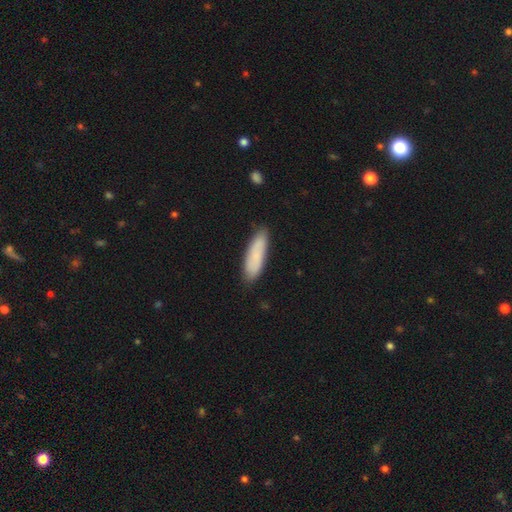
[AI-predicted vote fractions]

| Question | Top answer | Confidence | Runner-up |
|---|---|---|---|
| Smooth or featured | smooth | 80% | featured or disk (14%) |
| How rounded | cigar-shaped | 56% | in between (43%) |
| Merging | none | 83% | minor disturbance (14%) |